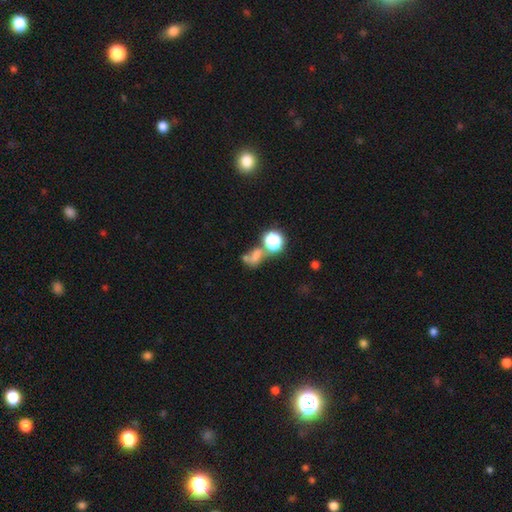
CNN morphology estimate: Smooth or featured? Predicted: smooth (p=0.54). How rounded? Predicted: in between (p=0.52). Merging? Predicted: merger (p=0.42).